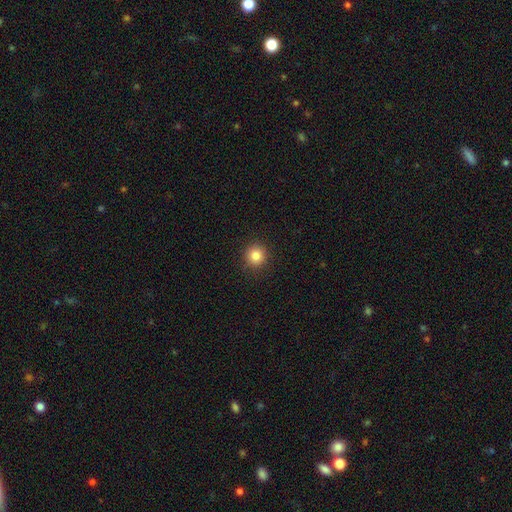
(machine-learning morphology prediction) type=smooth (84%); roundness=round (93%); merging=none (90%).